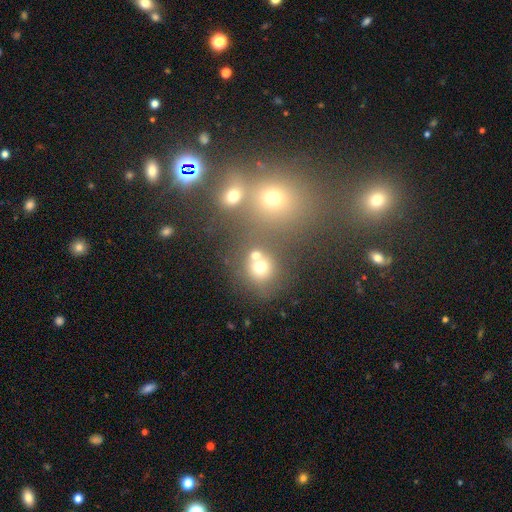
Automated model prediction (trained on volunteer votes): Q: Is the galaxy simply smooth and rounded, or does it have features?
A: smooth — 70%.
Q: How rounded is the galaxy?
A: round — 81%.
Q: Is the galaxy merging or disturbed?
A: none — 53%.